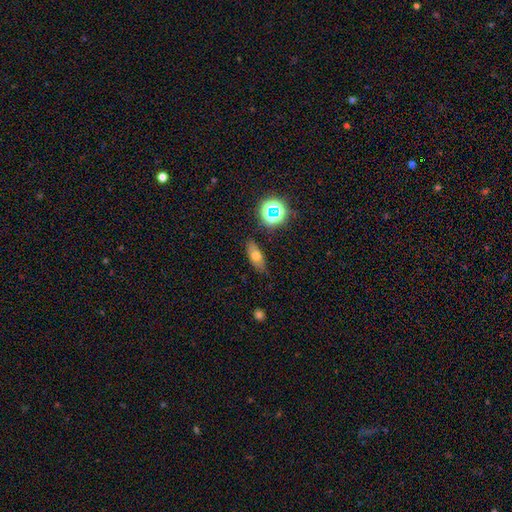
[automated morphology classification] A smooth galaxy with no disk features (65%) that is in between round and cigar-shaped (73%).

Vote fractions:
- Smooth or featured? smooth: 65% / featured or disk: 20% / star or artifact: 16%
- How rounded? in between: 73% / cigar-shaped: 18% / round: 9%
- Merging? none: 81% / minor disturbance: 13% / major disturbance: 3% / merger: 2%